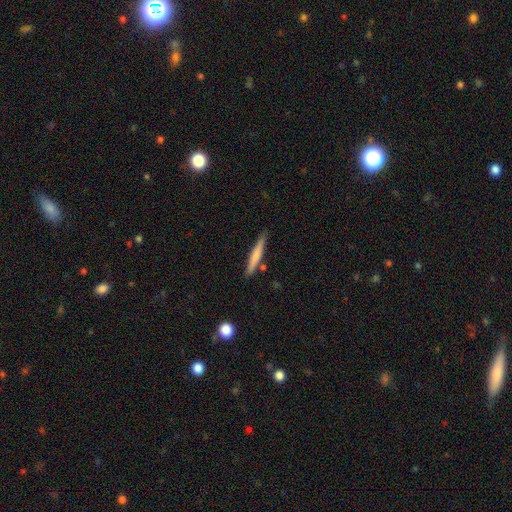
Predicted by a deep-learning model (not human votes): Overall: smooth (65%; featured or disk 30%). How rounded: cigar-shaped (95%). Merging: none (82%).